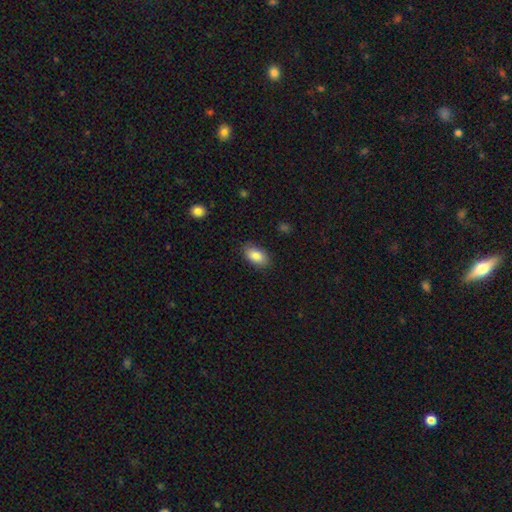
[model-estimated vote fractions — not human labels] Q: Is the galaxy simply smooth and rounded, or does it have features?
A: smooth — 86%.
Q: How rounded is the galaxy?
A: in between — 93%.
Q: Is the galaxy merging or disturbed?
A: none — 85%.